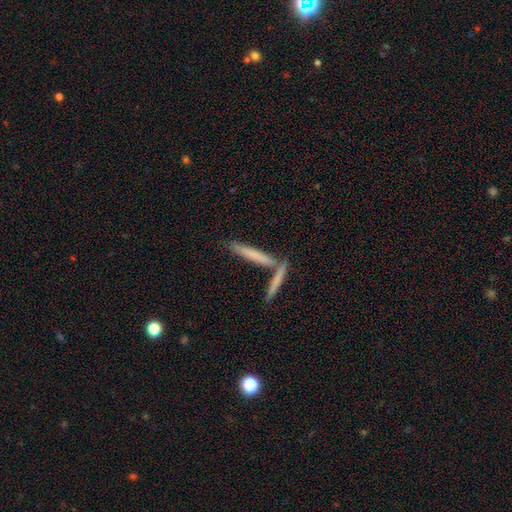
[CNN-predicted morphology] A smooth galaxy with no disk features (61%) that is cigar-shaped (92%).

Vote fractions:
- Smooth or featured? smooth: 61% / featured or disk: 31% / star or artifact: 8%
- How rounded? cigar-shaped: 92% / in between: 6% / round: 2%
- Merging? none: 66% / merger: 22% / minor disturbance: 9% / major disturbance: 3%